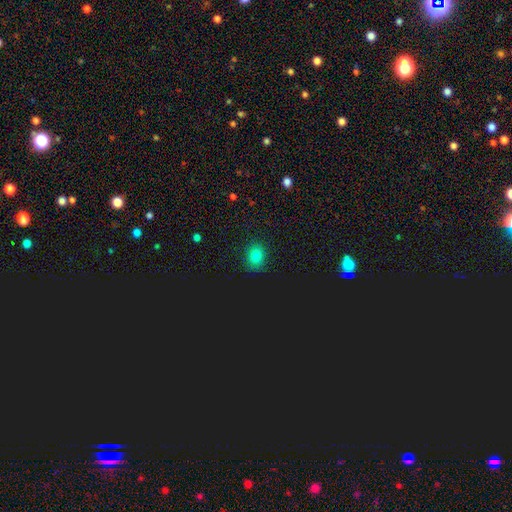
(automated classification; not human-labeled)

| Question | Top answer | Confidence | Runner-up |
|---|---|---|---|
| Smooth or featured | smooth | 76% | star or artifact (18%) |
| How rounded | round | 61% | in between (38%) |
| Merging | none | 86% | minor disturbance (10%) |